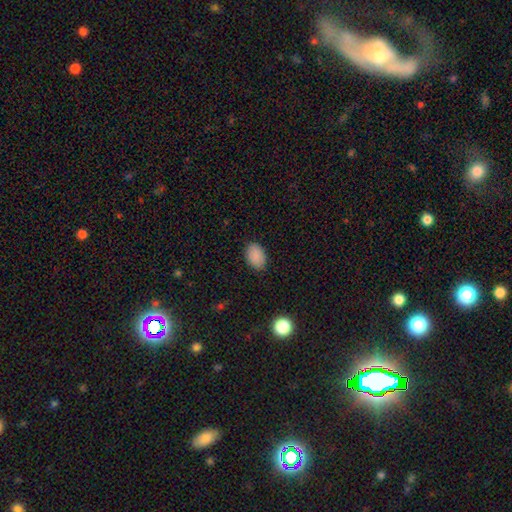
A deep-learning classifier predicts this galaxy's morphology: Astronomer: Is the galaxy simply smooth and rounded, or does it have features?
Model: smooth — 88%.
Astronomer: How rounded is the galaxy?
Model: in between — 86%.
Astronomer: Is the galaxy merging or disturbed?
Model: none — 85%.